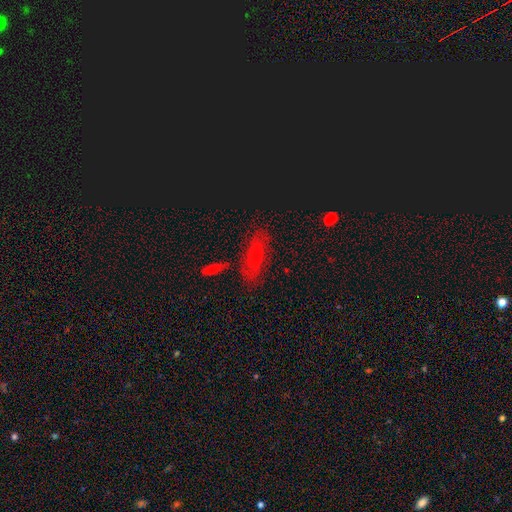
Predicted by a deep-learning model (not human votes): Smooth or featured: smooth — 50% (star or artifact — 28%)
How rounded: in between — 74% (cigar-shaped — 19%)
Merging: none — 75% (minor disturbance — 15%)